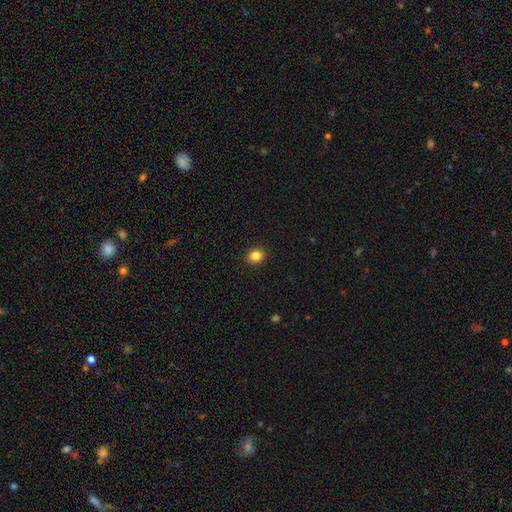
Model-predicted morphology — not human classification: smooth 85%, star or artifact 11%, featured or disk 4%. Down the decision tree: how rounded — round (76%); merging — none (92%).